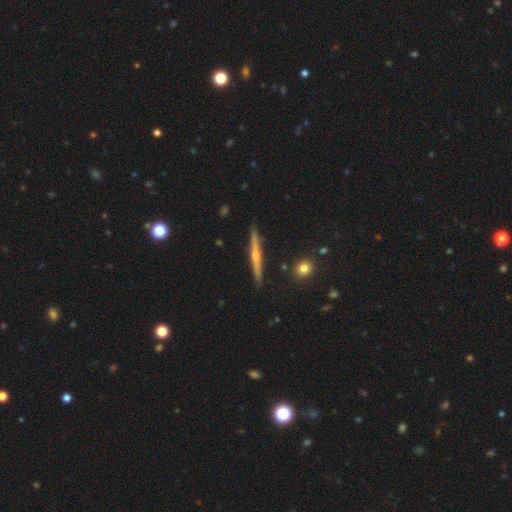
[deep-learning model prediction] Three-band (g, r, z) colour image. It shows a featured or disk galaxy (73%) viewed edge-on (98%) with a rounded central bulge (77%). Merging: none (90%).